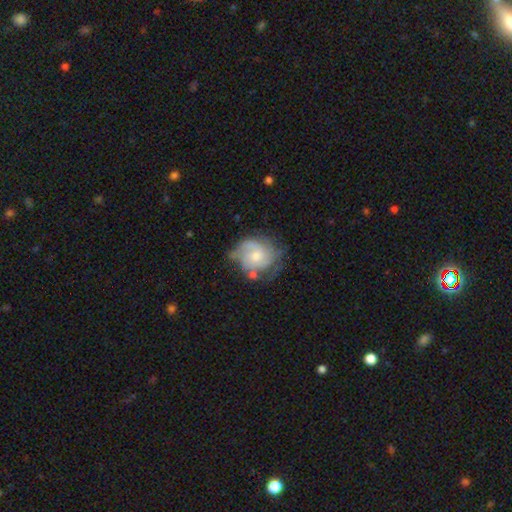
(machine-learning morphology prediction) featured or disk 68%, smooth 26%, star or artifact 6%. Down the decision tree: edge-on disk — no (98%); bar — no (68%); spiral arms — yes (87%); spiral arm count — 2 (38%); spiral winding — tight (44%); bulge size — moderate (47%); merging — none (49%).